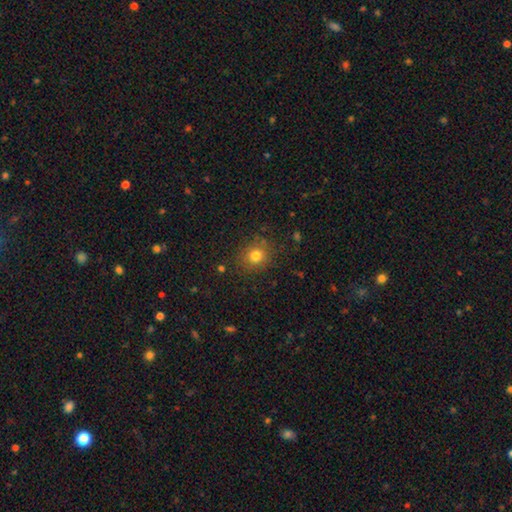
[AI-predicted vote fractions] A smooth galaxy with no disk features (79%) that is round (83%). Merging: none (84%).